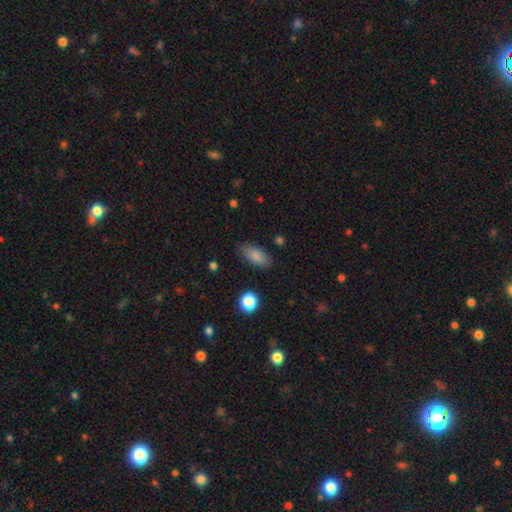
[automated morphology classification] This is clearly a smooth galaxy (85%). How rounded: clearly in between (88%). Merging: clearly none (81%).